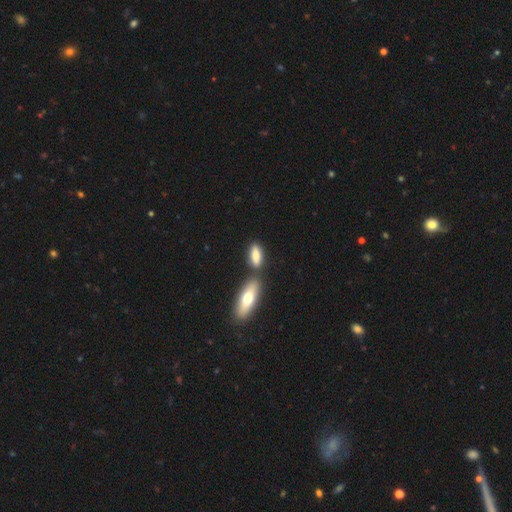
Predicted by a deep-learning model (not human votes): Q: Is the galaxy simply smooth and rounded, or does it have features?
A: smooth — 80%.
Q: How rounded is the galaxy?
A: in between — 68%.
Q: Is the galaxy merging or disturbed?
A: none — 63%.